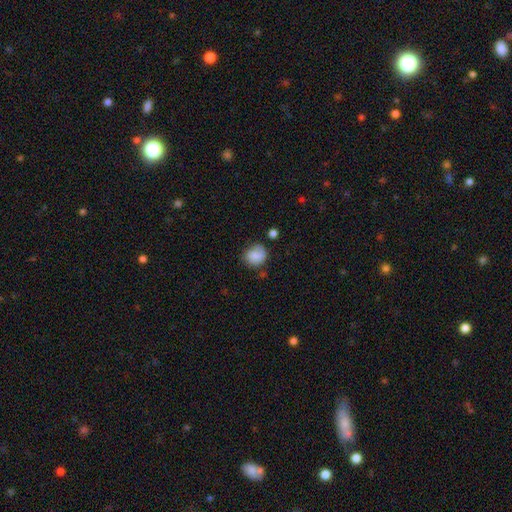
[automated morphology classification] This is likely a smooth galaxy (78%). How rounded: likely round (74%). Merging: likely none (62%).